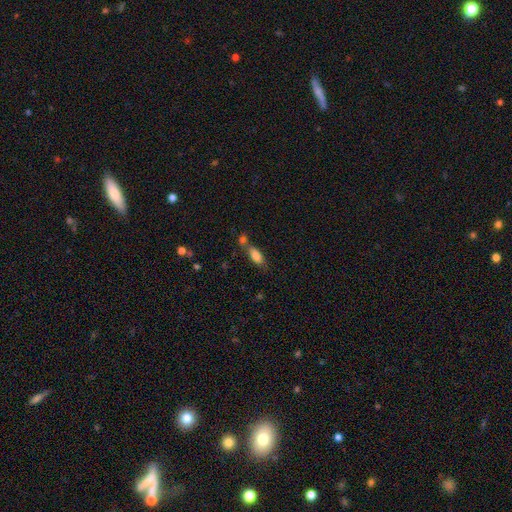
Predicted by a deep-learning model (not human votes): smooth 82%, featured or disk 9%, star or artifact 9%. Down the decision tree: how rounded — in between (82%); merging — none (48%).